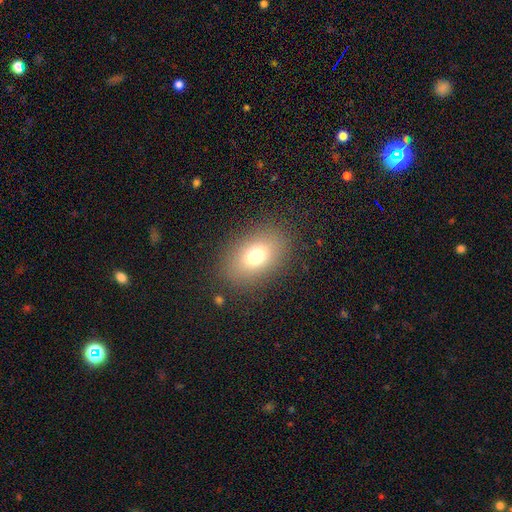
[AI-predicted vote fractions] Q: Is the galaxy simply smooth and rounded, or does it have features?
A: smooth — 73%.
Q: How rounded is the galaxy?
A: in between — 76%.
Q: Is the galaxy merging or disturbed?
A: none — 85%.